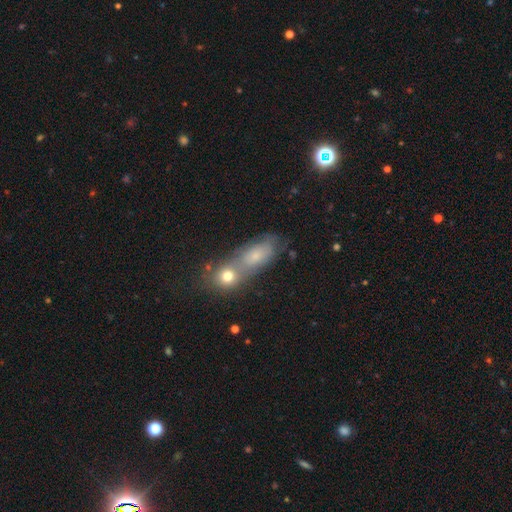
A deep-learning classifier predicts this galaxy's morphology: Smooth or featured? Predicted: smooth (p=0.64). How rounded? Predicted: in between (p=0.74). Merging? Predicted: merger (p=0.46).